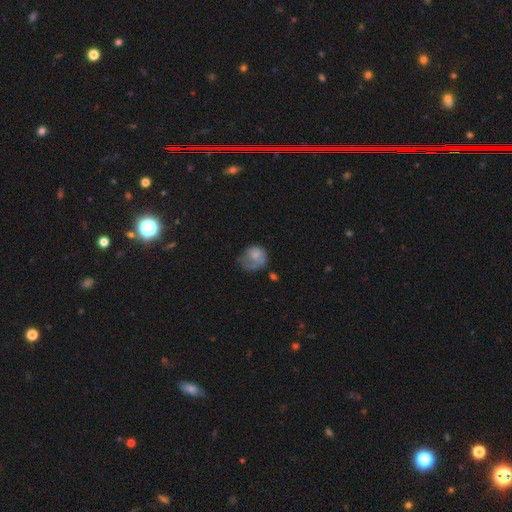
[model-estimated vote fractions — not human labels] smooth-or-featured: smooth: 66% | featured or disk: 25% | star or artifact: 9%
  how-rounded: round: 62% | in between: 37% | cigar-shaped: 1%
  merging: major disturbance: 37% | minor disturbance: 29% | none: 29% | merger: 5%